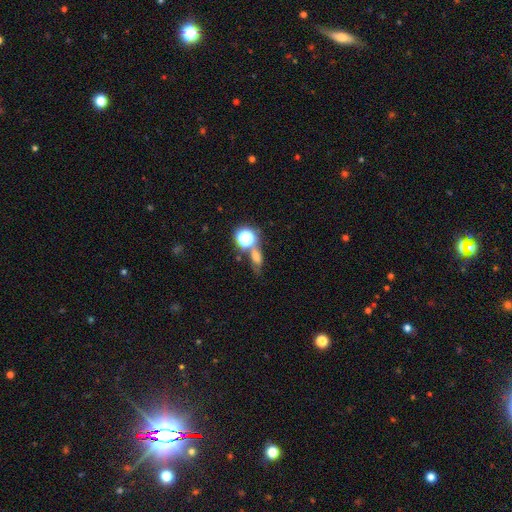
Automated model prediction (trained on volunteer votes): A smooth galaxy with no disk features (54%) that is in between round and cigar-shaped (51%). Merging: none (51%).